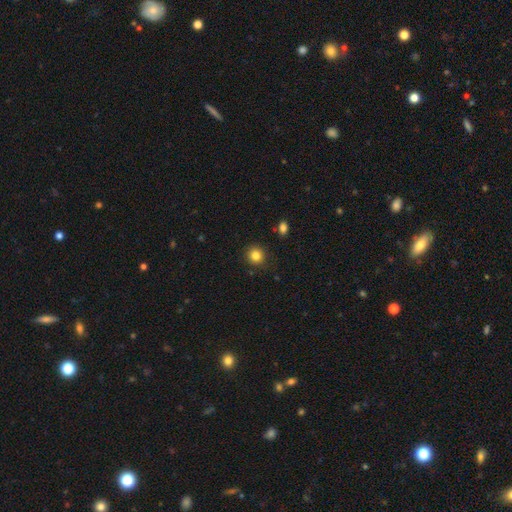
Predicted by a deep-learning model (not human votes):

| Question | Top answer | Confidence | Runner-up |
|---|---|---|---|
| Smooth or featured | smooth | 83% | star or artifact (12%) |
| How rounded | round | 90% | in between (9%) |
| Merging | none | 89% | minor disturbance (7%) |